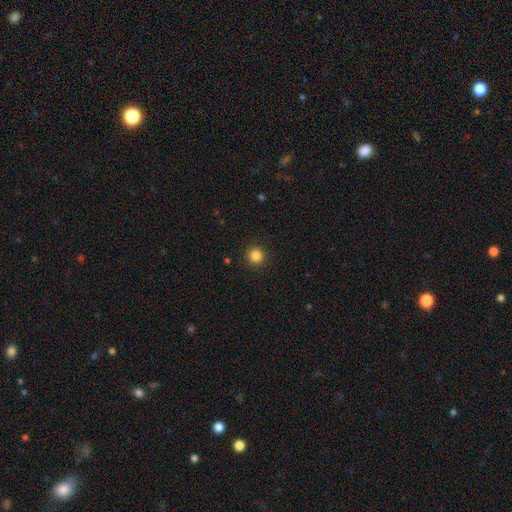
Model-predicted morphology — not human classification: A smooth galaxy with no disk features (85%) that is round (95%).

Vote fractions:
- Smooth or featured? smooth: 85% / star or artifact: 12% / featured or disk: 4%
- How rounded? round: 95% / in between: 4% / cigar-shaped: 1%
- Merging? none: 92% / minor disturbance: 5% / major disturbance: 2% / merger: 1%